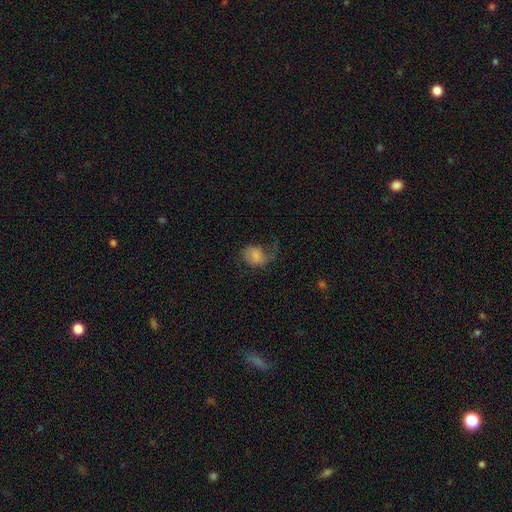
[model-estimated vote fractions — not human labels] smooth-or-featured: smooth: 57% | featured or disk: 33% | star or artifact: 10%
  how-rounded: in between: 56% | round: 43% | cigar-shaped: 1%
  merging: major disturbance: 41% | none: 33% | minor disturbance: 23% | merger: 3%